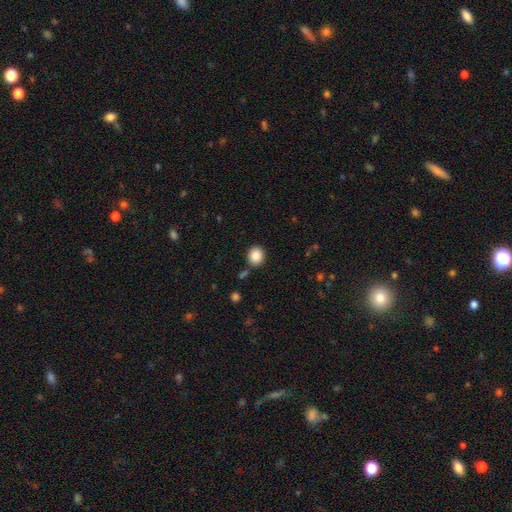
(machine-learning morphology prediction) Smooth or featured? Predicted: smooth (p=0.88). How rounded? Predicted: round (p=0.77). Merging? Predicted: none (p=0.85).